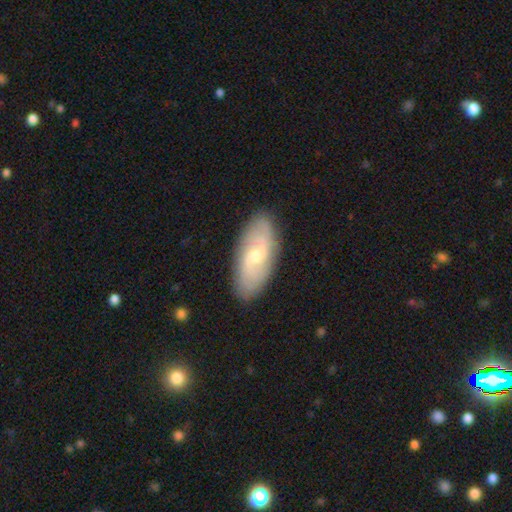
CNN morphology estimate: Smooth or featured?
  - featured or disk: 63% *
  - smooth: 31%
  - star or artifact: 6%
Edge-on disk?
  - no: 90% *
  - yes: 10%
Bar?
  - weak: 56% *
  - no: 30%
  - strong: 14%
Spiral arms?
  - yes: 81% *
  - no: 19%
Bulge size?
  - small: 50% *
  - moderate: 45%
  - large: 2%
  - none: 2%
  - dominant: 1%
Merging?
  - none: 86% *
  - minor disturbance: 10%
  - major disturbance: 2%
  - merger: 1%